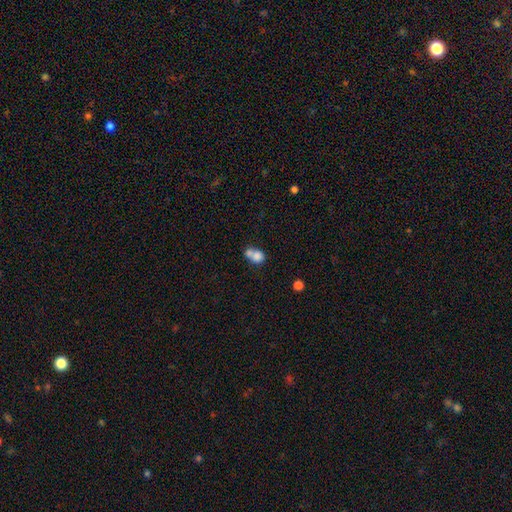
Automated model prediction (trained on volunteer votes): This appears to be a smooth galaxy with no disk features (78%) that is round (58%). Merging: merger (60%).